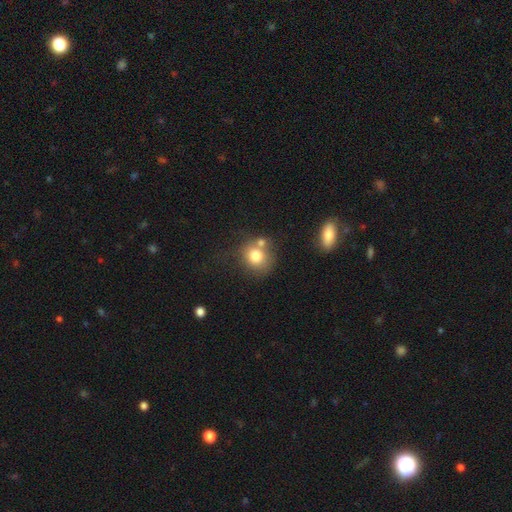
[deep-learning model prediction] smooth 78%, featured or disk 12%, star or artifact 10%. Down the decision tree: how rounded — round (79%); merging — none (50%).